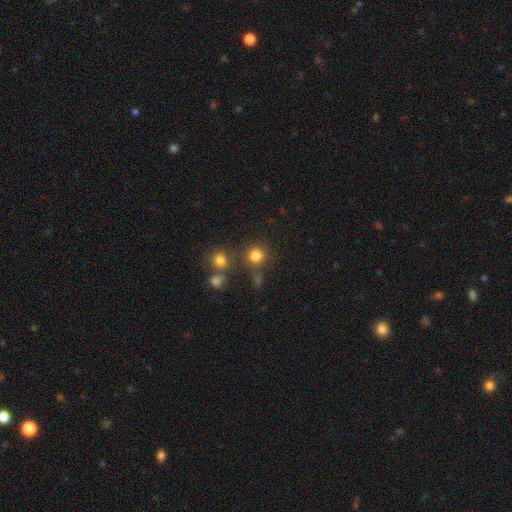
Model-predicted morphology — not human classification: type=smooth (79%); roundness=round (92%); merging=none (71%).